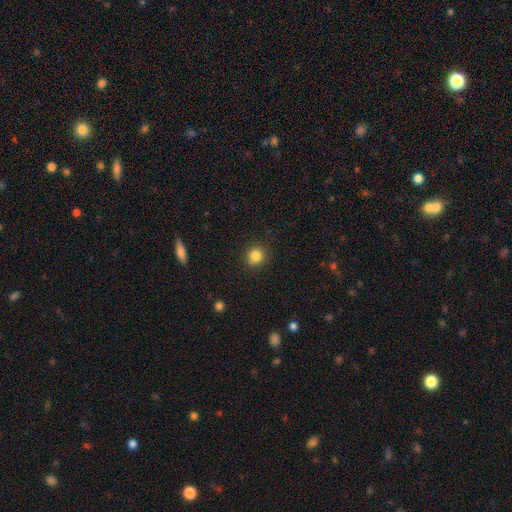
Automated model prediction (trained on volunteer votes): smooth 84%, star or artifact 11%, featured or disk 5%. Down the decision tree: how rounded — round (83%); merging — none (89%).